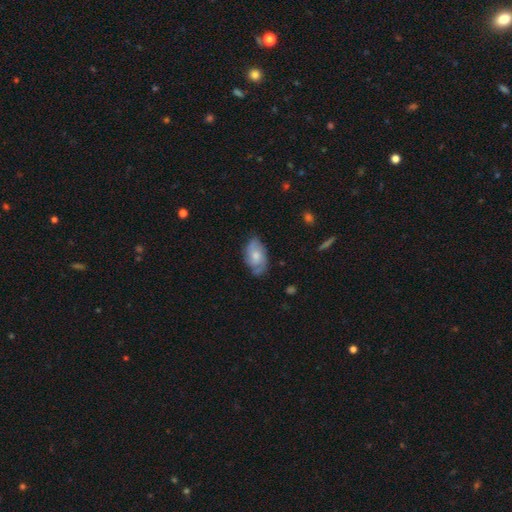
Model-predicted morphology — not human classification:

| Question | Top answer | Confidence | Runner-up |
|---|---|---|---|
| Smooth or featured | featured or disk | 57% | smooth (37%) |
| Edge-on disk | no | 95% | yes (5%) |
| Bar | no | 72% | weak (25%) |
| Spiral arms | yes | 88% | no (12%) |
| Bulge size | moderate | 50% | small (32%) |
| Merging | none | 65% | minor disturbance (26%) |